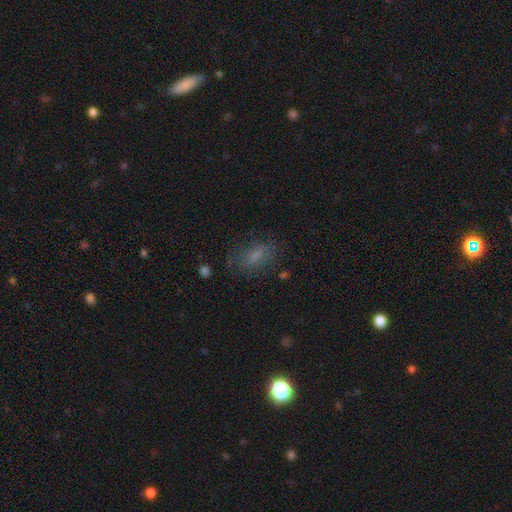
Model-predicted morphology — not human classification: Overall: smooth (63%). How rounded: in between (75%). Merging: none (69%).